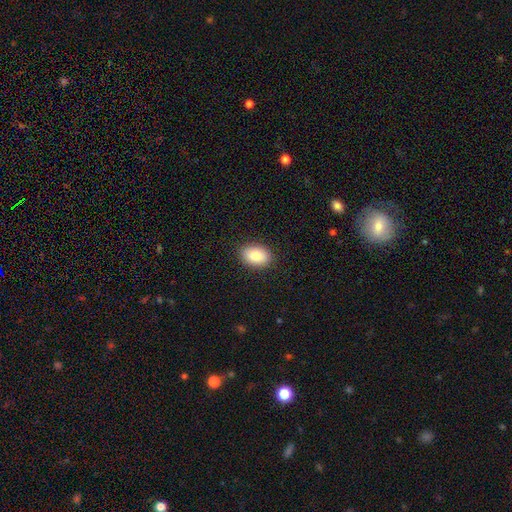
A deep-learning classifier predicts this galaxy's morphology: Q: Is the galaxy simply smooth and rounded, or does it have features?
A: smooth — 85%.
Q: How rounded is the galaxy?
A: in between — 85%.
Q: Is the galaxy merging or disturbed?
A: none — 89%.